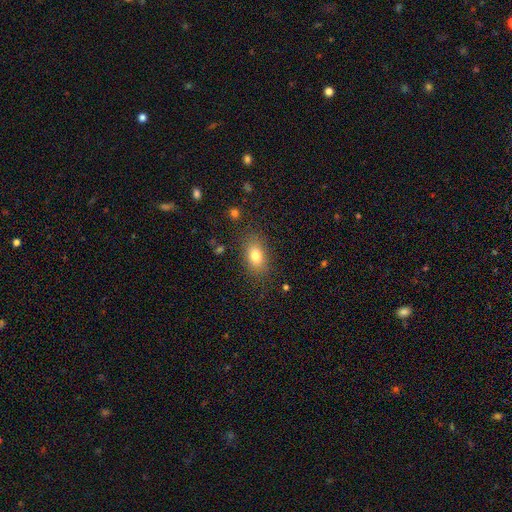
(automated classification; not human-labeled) Q: Smooth or featured?
A: smooth (79%); runner-up: featured or disk (11%)
Q: How rounded?
A: in between (84%); runner-up: round (13%)
Q: Merging?
A: none (83%); runner-up: minor disturbance (12%)